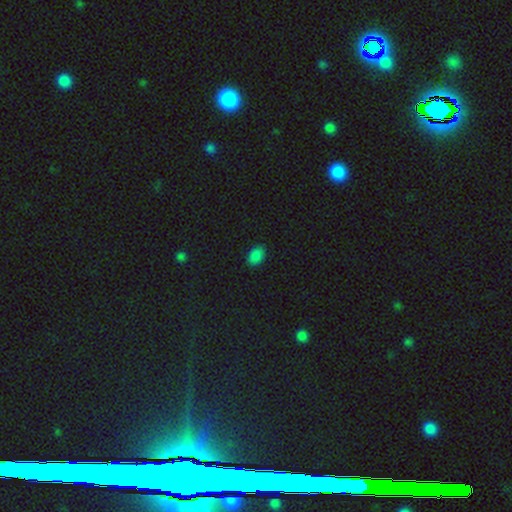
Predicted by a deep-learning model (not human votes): The model was most divided on "how rounded": in between: 83%, round: 16%, cigar-shaped: 1%. More confident: merging — none (87%); smooth or featured — smooth (84%).